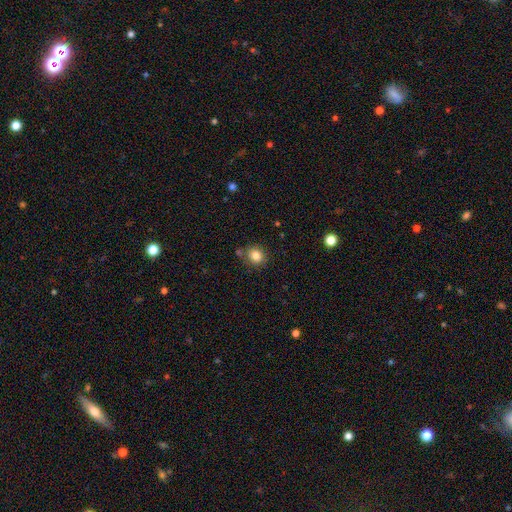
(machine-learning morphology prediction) The model was most divided on "how rounded": round: 78%, in between: 21%, cigar-shaped: 1%. More confident: smooth or featured — smooth (82%); merging — none (78%).